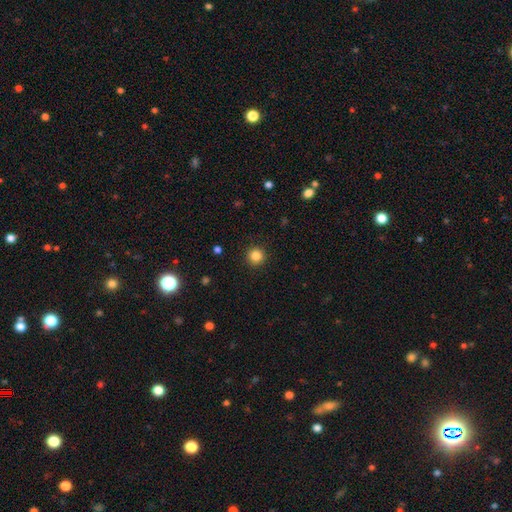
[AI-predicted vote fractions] Q: Smooth or featured?
A: smooth (85%); runner-up: star or artifact (11%)
Q: How rounded?
A: round (95%); runner-up: in between (4%)
Q: Merging?
A: none (92%); runner-up: minor disturbance (5%)